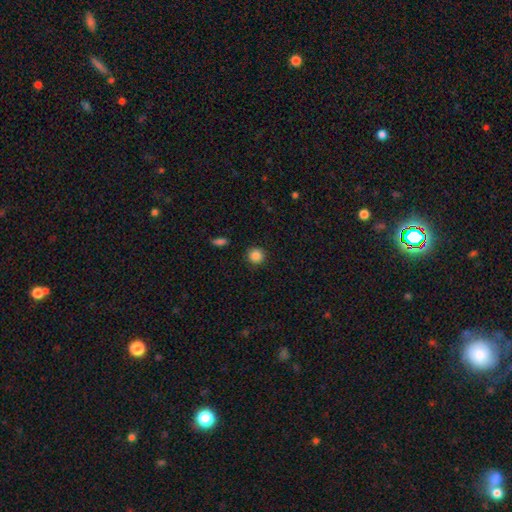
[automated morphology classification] smooth 86%, star or artifact 10%, featured or disk 4%. Down the decision tree: how rounded — round (94%); merging — none (90%).